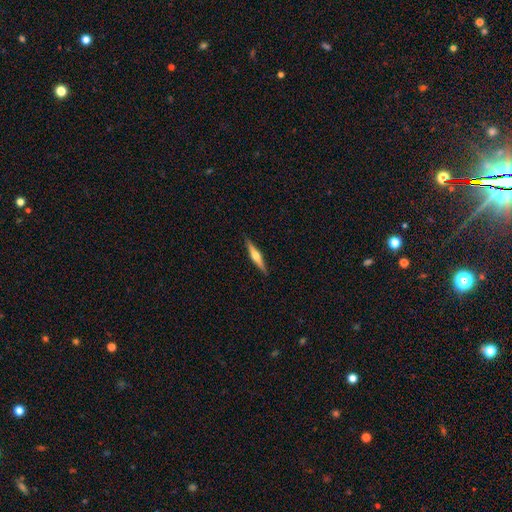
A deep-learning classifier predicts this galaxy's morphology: type=featured or disk (65%); edge-on=yes (97%); edge-on bulge=rounded (91%); merging=none (90%).